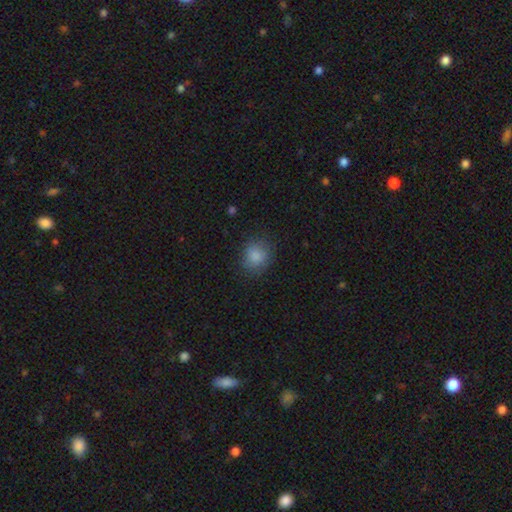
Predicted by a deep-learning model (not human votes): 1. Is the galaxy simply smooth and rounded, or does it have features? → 85% smooth, 9% star or artifact, 6% featured or disk.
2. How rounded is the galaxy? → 76% round, 24% in between, 1% cigar-shaped.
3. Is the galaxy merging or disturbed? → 77% none, 16% minor disturbance, 5% major disturbance, 1% merger.